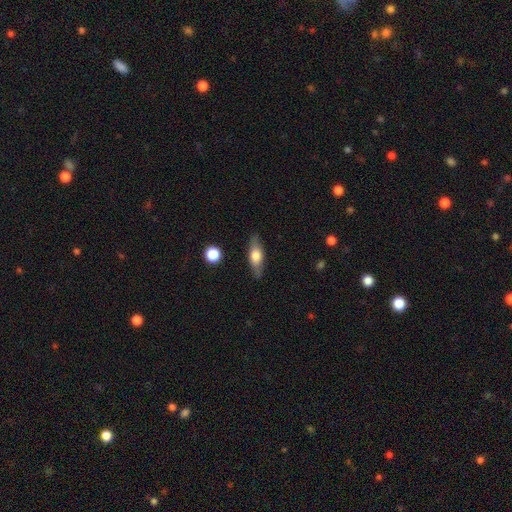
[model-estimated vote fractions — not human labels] smooth 56%, featured or disk 38%, star or artifact 7%. Down the decision tree: how rounded — in between (60%); merging — none (83%).